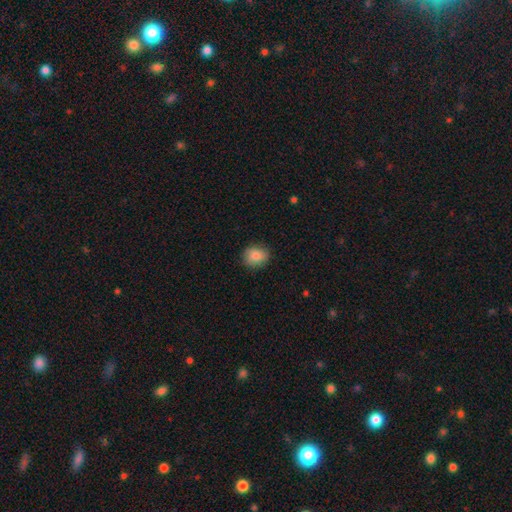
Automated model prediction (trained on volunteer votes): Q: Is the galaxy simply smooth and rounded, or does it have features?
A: smooth — 86%.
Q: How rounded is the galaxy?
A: round — 61%.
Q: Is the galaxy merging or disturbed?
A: none — 85%.